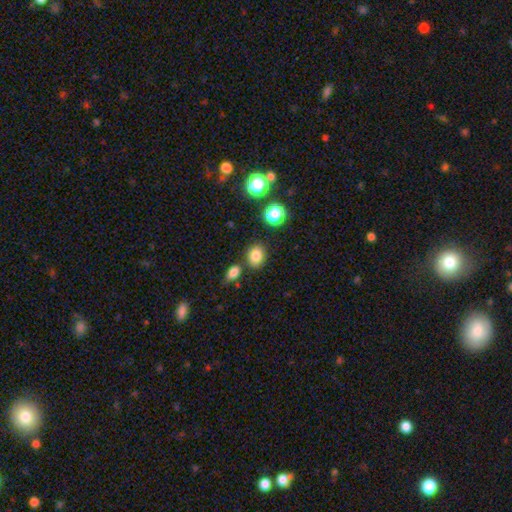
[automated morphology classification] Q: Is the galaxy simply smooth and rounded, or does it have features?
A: smooth — 82%.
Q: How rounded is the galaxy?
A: round — 52%.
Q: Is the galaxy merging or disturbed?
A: none — 78%.